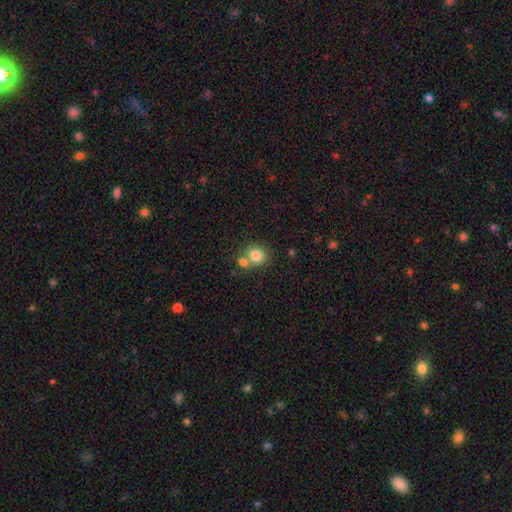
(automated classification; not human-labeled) A smooth galaxy with no disk features (80%) that is round (84%). Merging: none (51%).